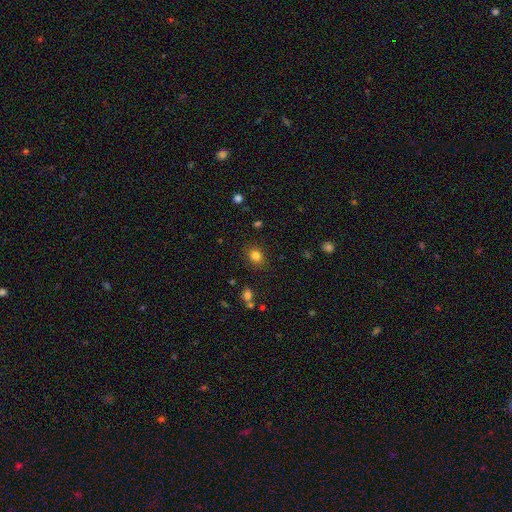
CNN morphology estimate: smooth_or_featured: smooth (p=0.82) [alt: star or artifact p=0.12]
how_rounded: round (p=0.60) [alt: in between p=0.39]
merging: none (p=0.86) [alt: minor disturbance p=0.10]